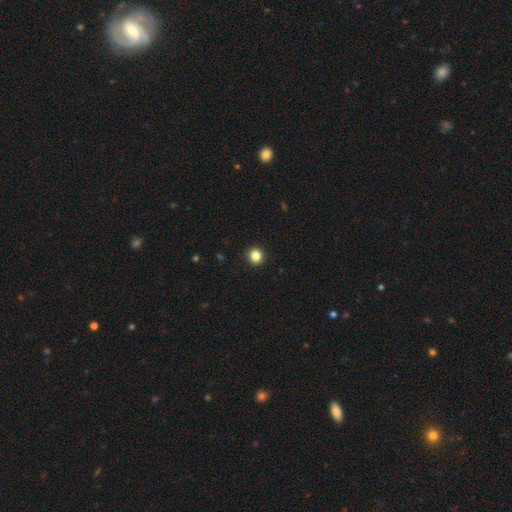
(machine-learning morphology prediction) Smooth or featured? smooth (84%)
How rounded? round (90%)
Merging? none (93%)